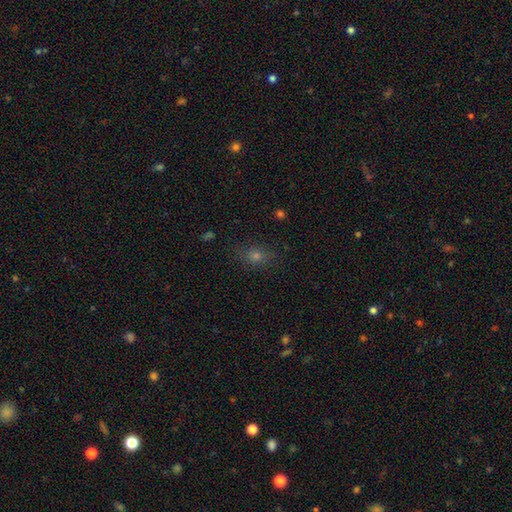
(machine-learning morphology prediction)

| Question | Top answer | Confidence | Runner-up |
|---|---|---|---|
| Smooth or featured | smooth | 59% | star or artifact (29%) |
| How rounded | in between | 53% | round (44%) |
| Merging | none | 82% | minor disturbance (13%) |